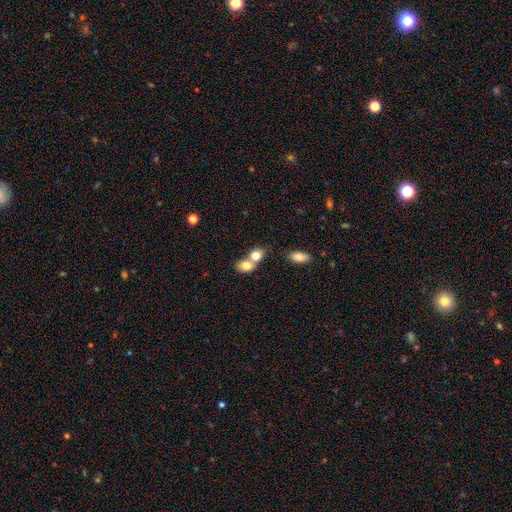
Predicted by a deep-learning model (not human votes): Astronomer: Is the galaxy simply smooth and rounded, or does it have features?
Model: smooth — 77%.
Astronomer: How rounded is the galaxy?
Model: in between — 50% (runner-up: round, 48%).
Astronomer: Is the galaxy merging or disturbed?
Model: merger — 65%.